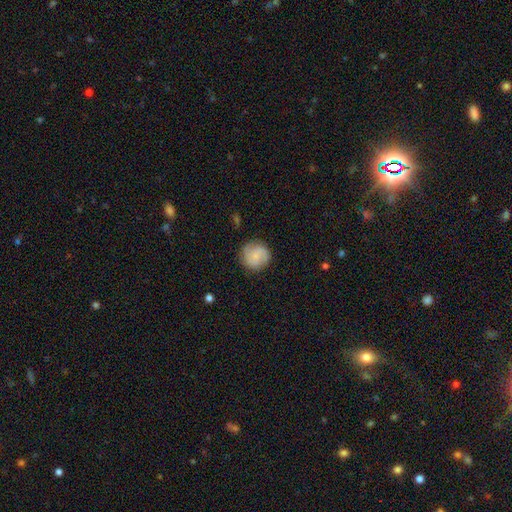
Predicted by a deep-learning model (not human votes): smooth_or_featured: smooth (p=0.55) [alt: featured or disk p=0.37]
how_rounded: round (p=0.91) [alt: in between p=0.08]
merging: none (p=0.80) [alt: minor disturbance p=0.14]